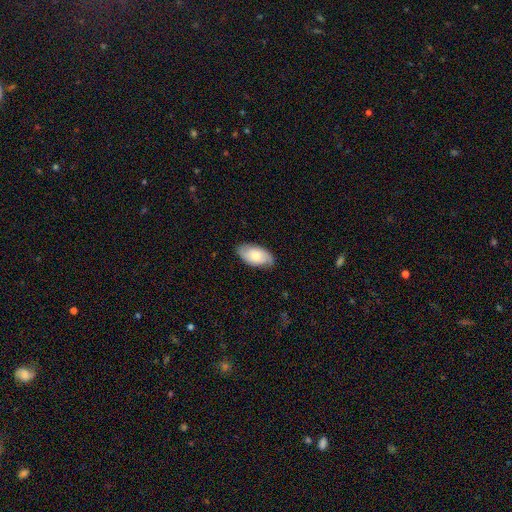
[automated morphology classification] Smooth or featured: smooth — 63% (featured or disk — 31%)
How rounded: in between — 95% (round — 3%)
Merging: none — 79% (minor disturbance — 17%)